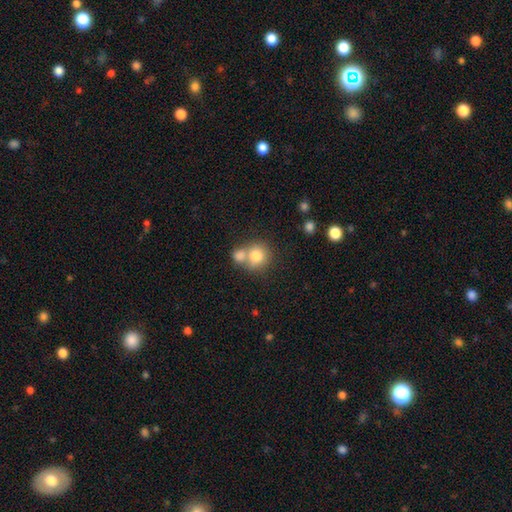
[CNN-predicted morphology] Overall: smooth (79%). How rounded: round (84%). Merging: merger (47%; none 42%).